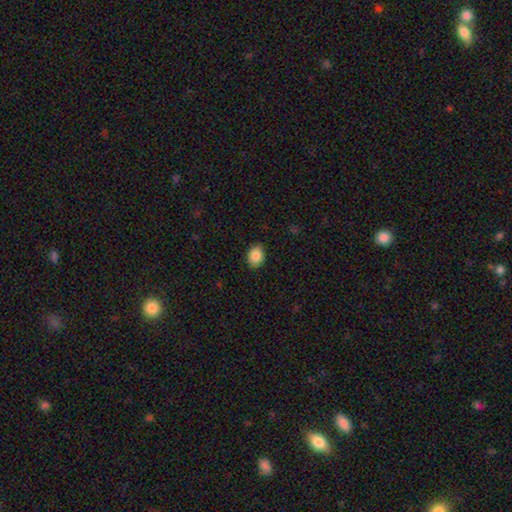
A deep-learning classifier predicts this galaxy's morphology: Overall: smooth (87%). How rounded: in between (70%). Merging: none (88%).